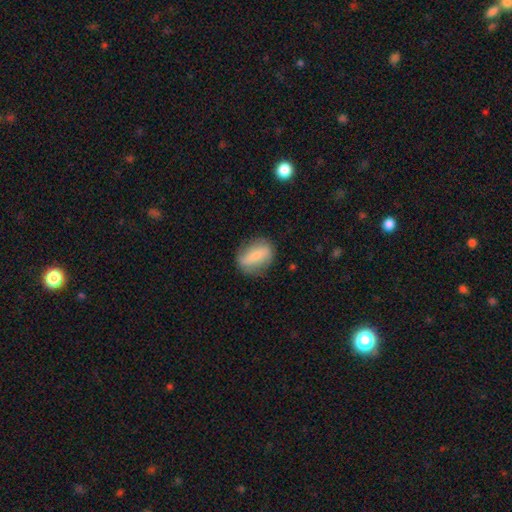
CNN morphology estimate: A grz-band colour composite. It shows a smooth galaxy with no disk features (62%) that is in between round and cigar-shaped (71%). Merging: none (75%).